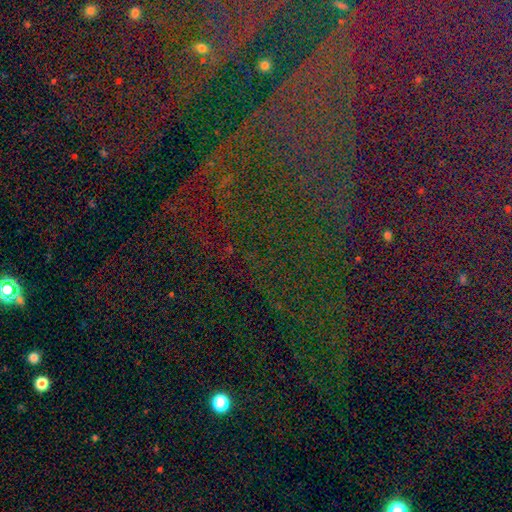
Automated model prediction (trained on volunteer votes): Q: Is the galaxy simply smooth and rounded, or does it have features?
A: star or artifact — 82%.